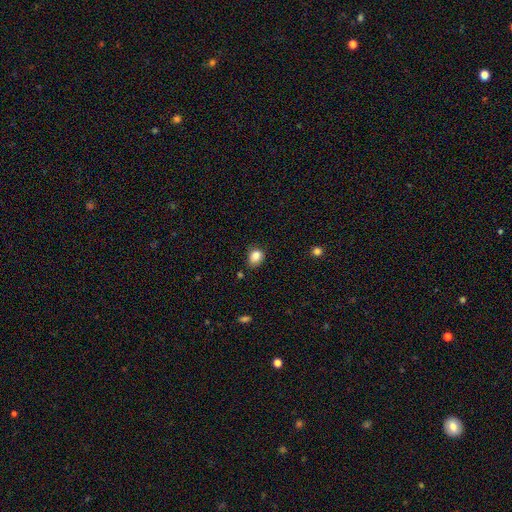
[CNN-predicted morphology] This is clearly a smooth galaxy (85%). How rounded: possibly in between (52%). Merging: likely none (73%).